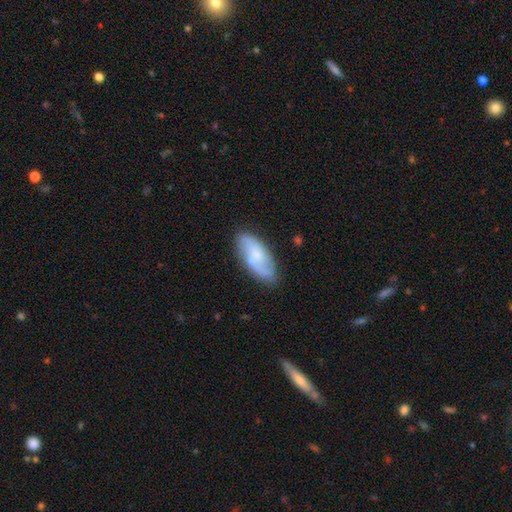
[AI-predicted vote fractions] Smooth or featured? Predicted: featured or disk (p=0.56). Edge-on disk? Predicted: no (p=0.92). Bar? Predicted: no (p=0.52). Spiral arms? Predicted: yes (p=0.88). Bulge size? Predicted: small (p=0.52). Merging? Predicted: none (p=0.76).